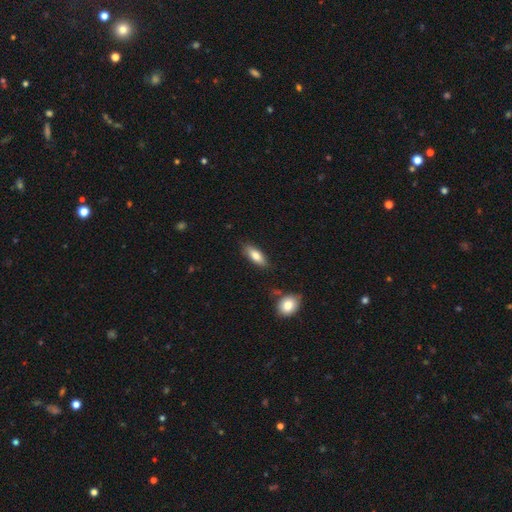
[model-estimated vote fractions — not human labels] smooth_or_featured: smooth (p=0.79) [alt: featured or disk p=0.14]
how_rounded: in between (p=0.69) [alt: cigar-shaped p=0.29]
merging: none (p=0.82) [alt: minor disturbance p=0.13]